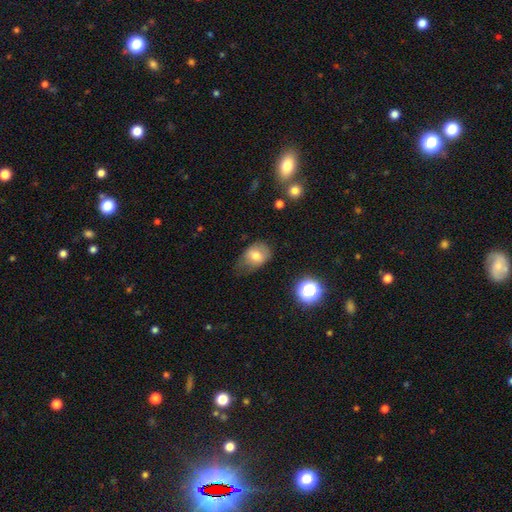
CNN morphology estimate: smooth_or_featured: smooth (p=0.72) [alt: featured or disk p=0.18]
how_rounded: in between (p=0.66) [alt: round p=0.33]
merging: none (p=0.45) [alt: minor disturbance p=0.37]